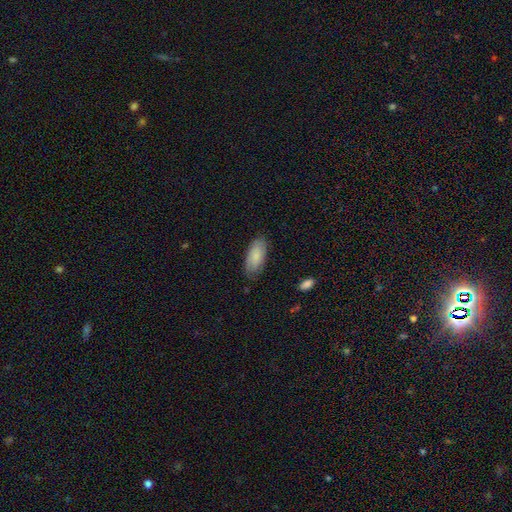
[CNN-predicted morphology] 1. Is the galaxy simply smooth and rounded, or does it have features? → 76% smooth, 18% featured or disk, 6% star or artifact.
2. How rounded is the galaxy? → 89% in between, 9% cigar-shaped, 2% round.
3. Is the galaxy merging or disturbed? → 74% none, 21% minor disturbance, 4% major disturbance, 1% merger.